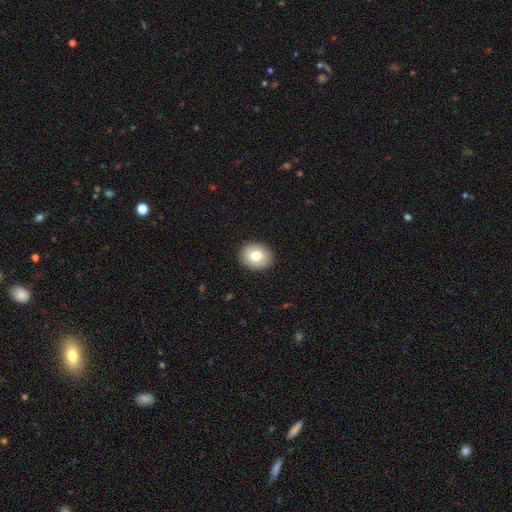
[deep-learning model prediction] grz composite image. It shows a smooth galaxy with no disk features (76%) that is round (53%). Merging: none (91%).